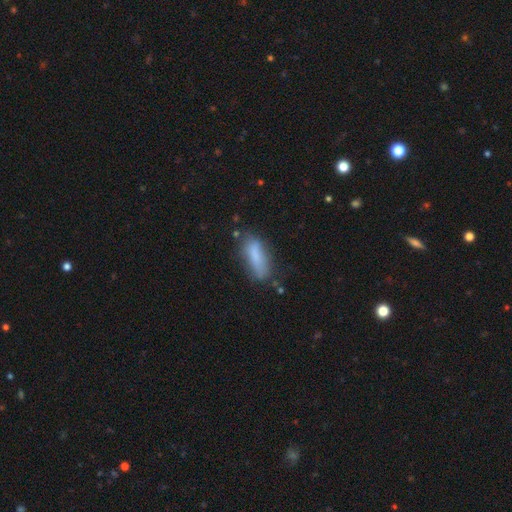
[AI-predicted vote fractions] Smooth or featured? smooth (76%)
How rounded? in between (57%)
Merging? none (63%)